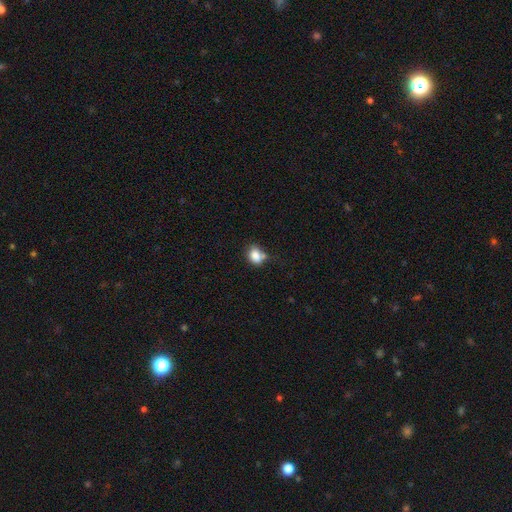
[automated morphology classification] This is clearly a smooth galaxy (82%). How rounded: possibly in between (57%). Merging: possibly none (47%).